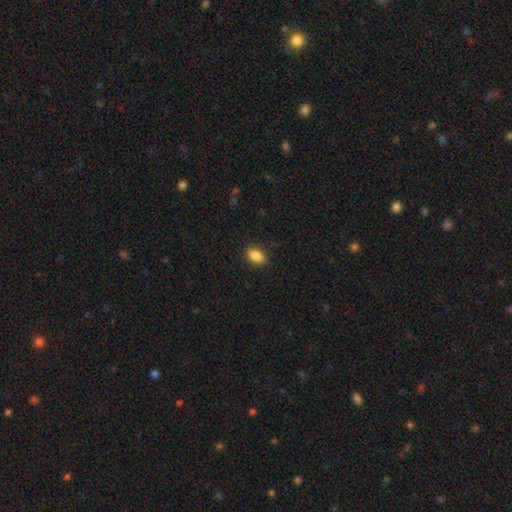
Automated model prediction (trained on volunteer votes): Morphology: type=smooth (87%); roundness=in between (88%); merging=none (89%).